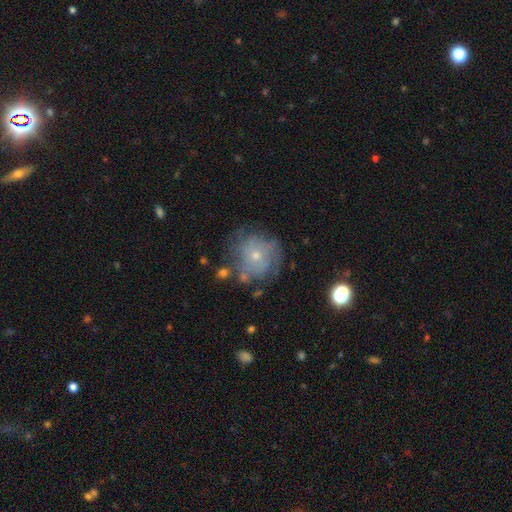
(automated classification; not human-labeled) The model was most divided on "smooth or featured": featured or disk: 52%, smooth: 36%, star or artifact: 12%. More confident: edge-on disk — no (97%); bar — no (86%); merging — none (62%); bulge size — small (59%); spiral arms — yes (59%).